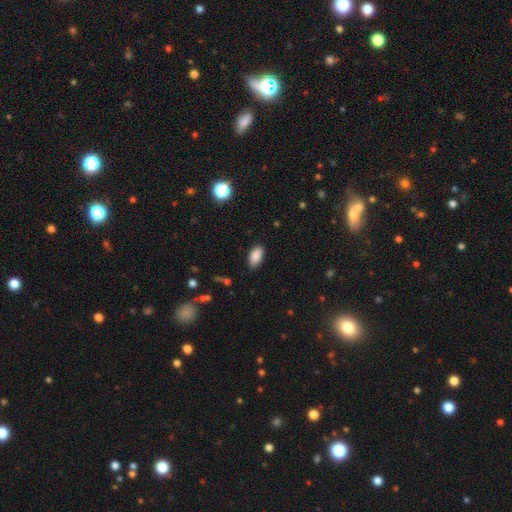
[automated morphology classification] The model was most divided on "merging": none: 86%, minor disturbance: 11%, major disturbance: 2%, merger: 1%. More confident: how rounded — in between (94%); smooth or featured — smooth (88%).